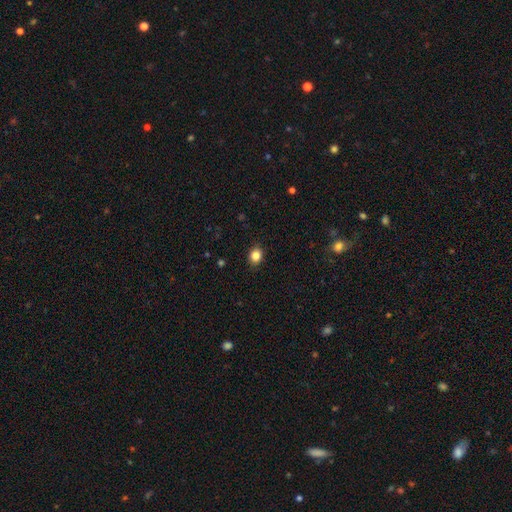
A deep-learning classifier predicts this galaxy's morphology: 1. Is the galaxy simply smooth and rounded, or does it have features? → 85% smooth, 11% star or artifact, 5% featured or disk.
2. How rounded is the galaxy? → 54% round, 45% in between, 1% cigar-shaped.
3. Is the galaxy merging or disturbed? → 89% none, 8% minor disturbance, 2% major disturbance, 1% merger.